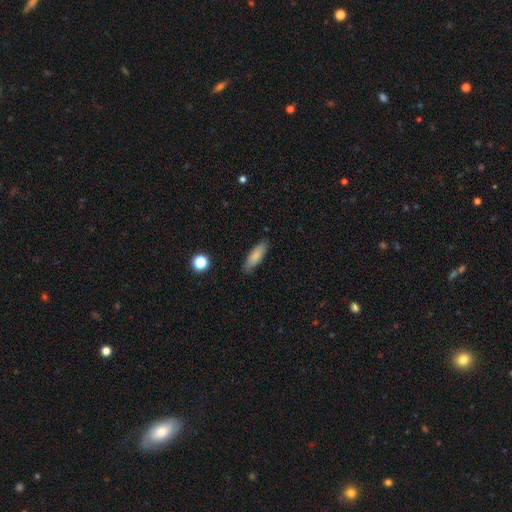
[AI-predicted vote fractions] This appears to be a smooth galaxy with no disk features (81%) that is in between round and cigar-shaped (50%). Merging: none (84%).